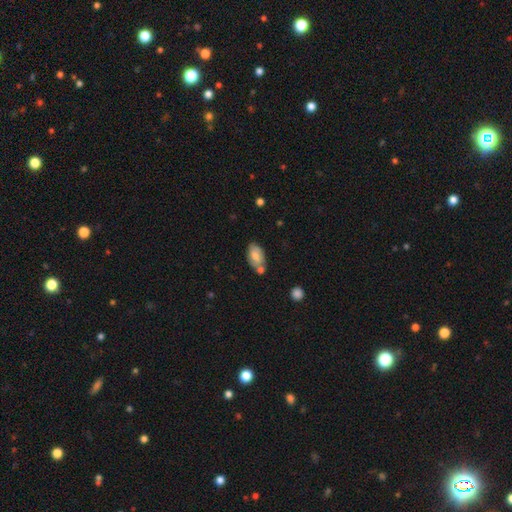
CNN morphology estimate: This is likely a smooth galaxy (67%). How rounded: clearly in between (92%). Merging: possibly none (58%).